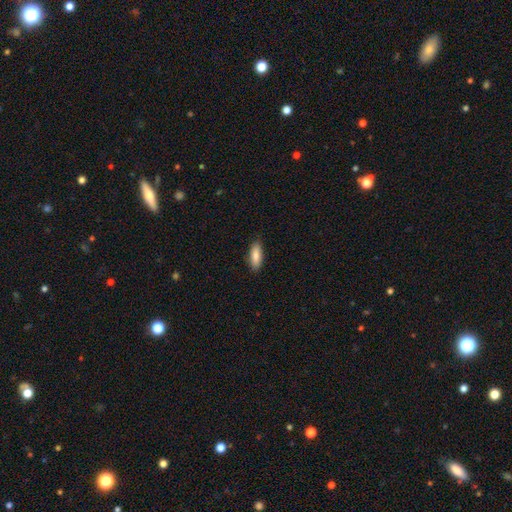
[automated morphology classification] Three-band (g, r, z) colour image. It shows a smooth galaxy with no disk features (84%) that is in between round and cigar-shaped (64%). Merging: none (88%).